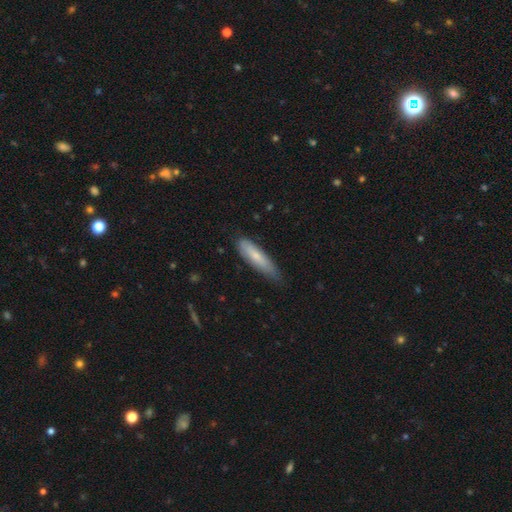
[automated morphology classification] type=smooth (71%); roundness=cigar-shaped (74%); merging=none (65%).